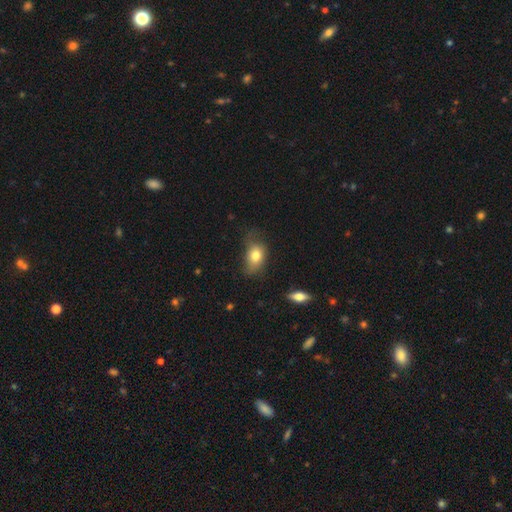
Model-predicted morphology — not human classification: This appears to be a smooth galaxy with no disk features (77%) that is in between round and cigar-shaped (79%). Merging: none (49%).